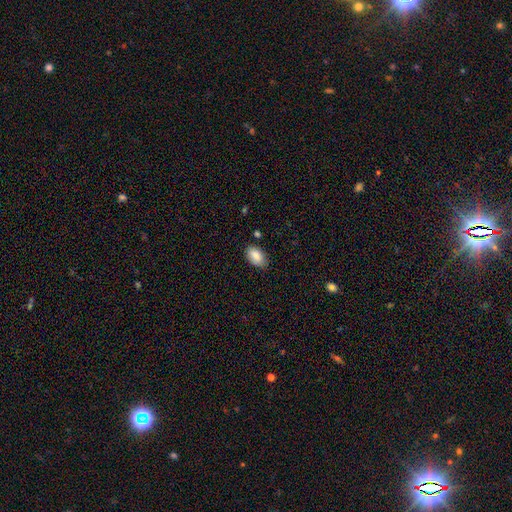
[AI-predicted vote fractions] Morphology: type=smooth (86%); roundness=in between (92%); merging=none (81%).